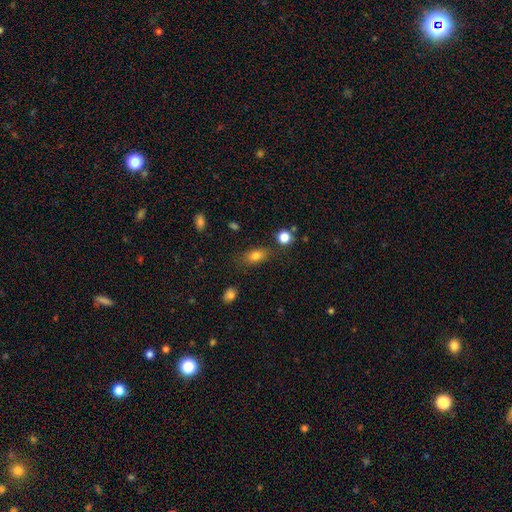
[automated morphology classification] type=smooth (81%); roundness=in between (80%); merging=none (74%).